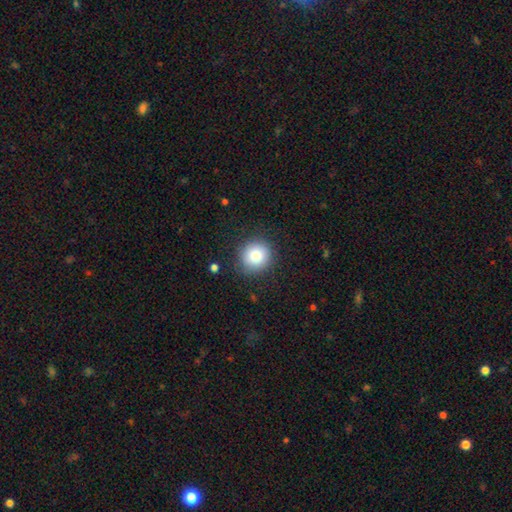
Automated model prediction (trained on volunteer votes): smooth_or_featured: smooth (p=0.81) [alt: star or artifact p=0.10]
how_rounded: round (p=0.91) [alt: in between p=0.09]
merging: none (p=0.87) [alt: minor disturbance p=0.09]